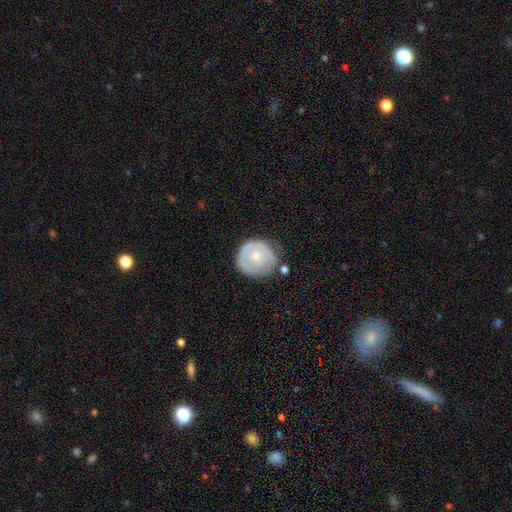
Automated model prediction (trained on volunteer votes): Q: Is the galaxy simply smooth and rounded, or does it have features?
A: smooth — 50%.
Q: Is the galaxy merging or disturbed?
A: none — 61%.